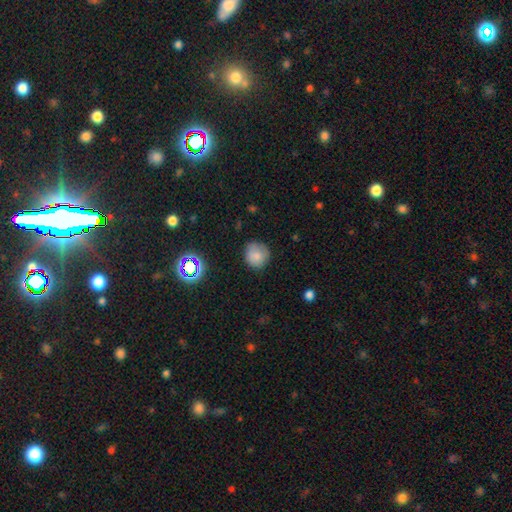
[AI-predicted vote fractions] smooth-or-featured: smooth: 80% | star or artifact: 12% | featured or disk: 8%
  how-rounded: round: 87% | in between: 12% | cigar-shaped: 1%
  merging: none: 77% | minor disturbance: 17% | major disturbance: 4% | merger: 1%